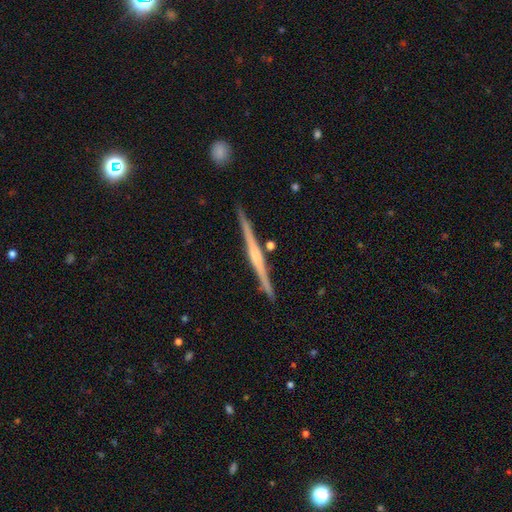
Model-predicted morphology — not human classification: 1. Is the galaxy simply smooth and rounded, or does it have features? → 77% featured or disk, 18% smooth, 5% star or artifact.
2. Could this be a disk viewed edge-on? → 98% yes, 2% no.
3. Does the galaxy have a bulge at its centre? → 52% rounded, 30% none, 18% boxy.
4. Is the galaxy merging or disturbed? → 89% none, 7% minor disturbance, 2% merger, 1% major disturbance.